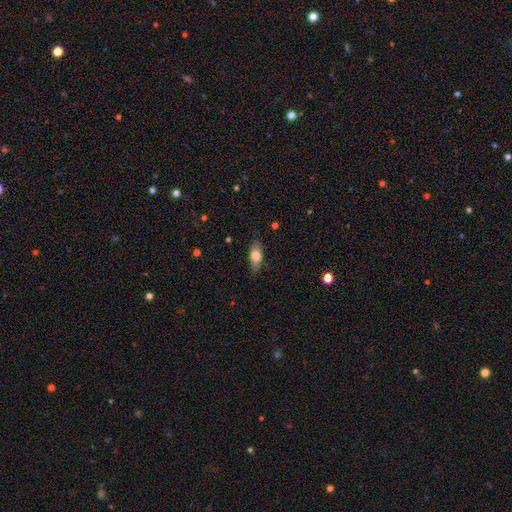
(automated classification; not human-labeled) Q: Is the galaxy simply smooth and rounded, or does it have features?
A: smooth — 74%.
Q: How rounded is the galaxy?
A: in between — 80%.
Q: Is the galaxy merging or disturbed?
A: none — 81%.